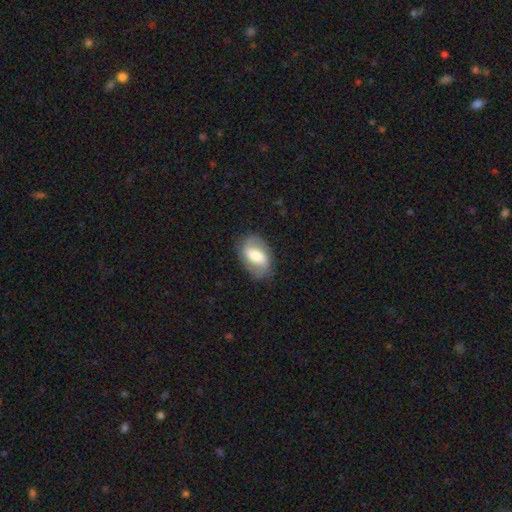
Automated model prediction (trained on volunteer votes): Q: Smooth or featured?
A: featured or disk (57%); runner-up: smooth (36%)
Q: Edge-on disk?
A: no (94%); runner-up: yes (6%)
Q: Bar?
A: weak (40%); runner-up: strong (39%)
Q: Spiral arms?
A: yes (74%); runner-up: no (26%)
Q: Bulge size?
A: moderate (53%); runner-up: large (24%)
Q: Merging?
A: none (80%); runner-up: minor disturbance (14%)